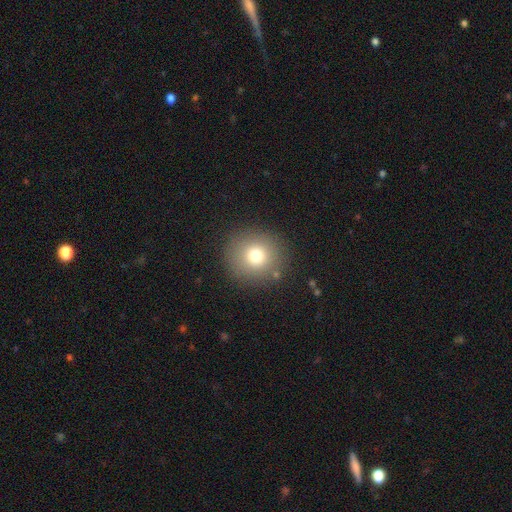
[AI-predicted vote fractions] Overall: smooth (76%). How rounded: round (91%). Merging: none (87%).